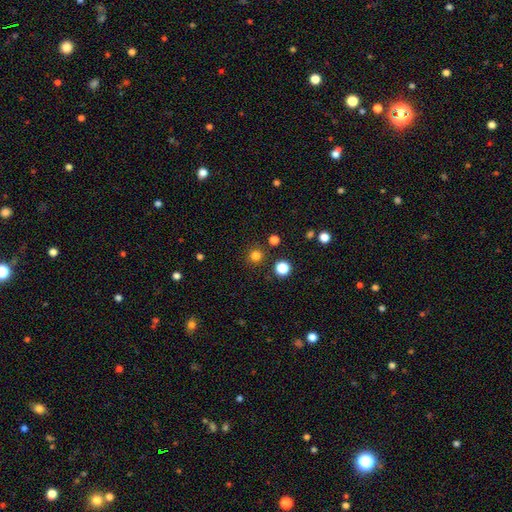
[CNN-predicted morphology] smooth_or_featured: smooth (p=0.79) [alt: star or artifact p=0.17]
how_rounded: round (p=0.94) [alt: in between p=0.05]
merging: none (p=0.89) [alt: minor disturbance p=0.06]